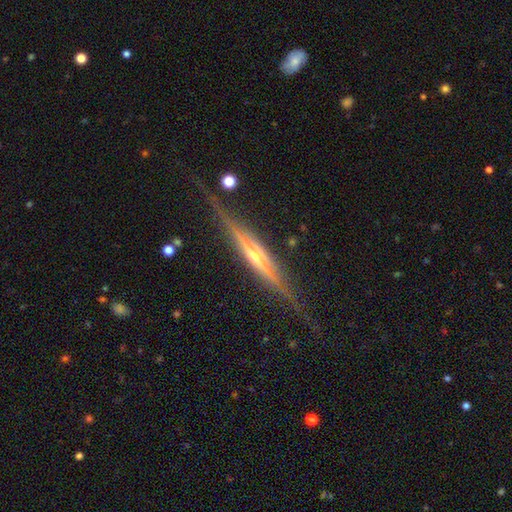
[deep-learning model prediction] smooth-or-featured: featured or disk: 83% | smooth: 11% | star or artifact: 6%
  disk-edge-on: yes: 96% | no: 4%
    edge-on-bulge: rounded: 77% | none: 14% | boxy: 9%
  merging: none: 77% | minor disturbance: 15% | major disturbance: 5% | merger: 2%